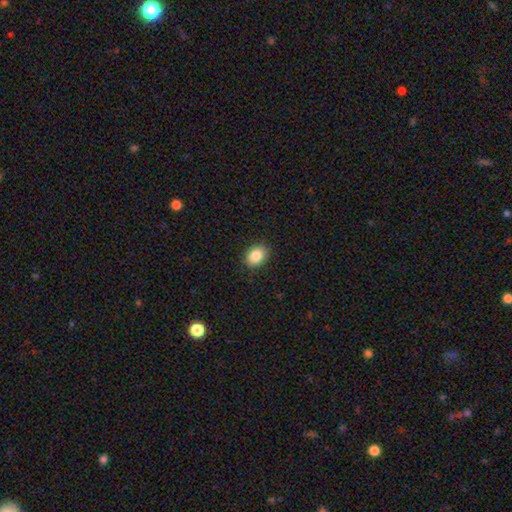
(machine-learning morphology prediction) Smooth or featured? Predicted: smooth (p=0.85). How rounded? Predicted: in between (p=0.64). Merging? Predicted: none (p=0.88).